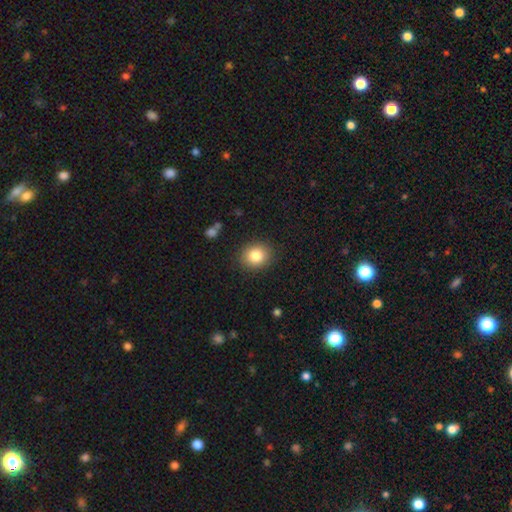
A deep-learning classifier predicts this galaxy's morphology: Smooth or featured?
  - smooth: 84% *
  - star or artifact: 9%
  - featured or disk: 7%
How rounded?
  - round: 70% *
  - in between: 29%
  - cigar-shaped: 1%
Merging?
  - none: 88% *
  - minor disturbance: 8%
  - major disturbance: 2%
  - merger: 1%